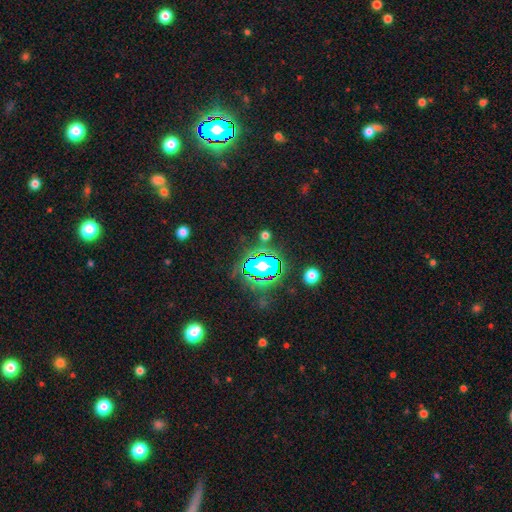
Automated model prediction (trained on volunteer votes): star or artifact 77%, smooth 14%, featured or disk 9%.